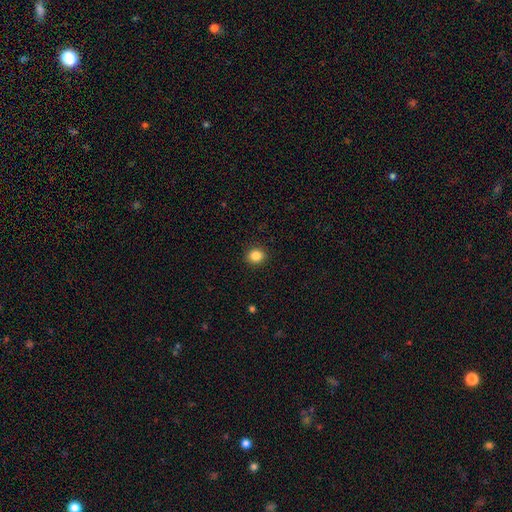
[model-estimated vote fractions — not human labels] Smooth or featured?
  - smooth: 85% *
  - star or artifact: 11%
  - featured or disk: 4%
How rounded?
  - round: 83% *
  - in between: 16%
  - cigar-shaped: 1%
Merging?
  - none: 92% *
  - minor disturbance: 5%
  - major disturbance: 2%
  - merger: 1%